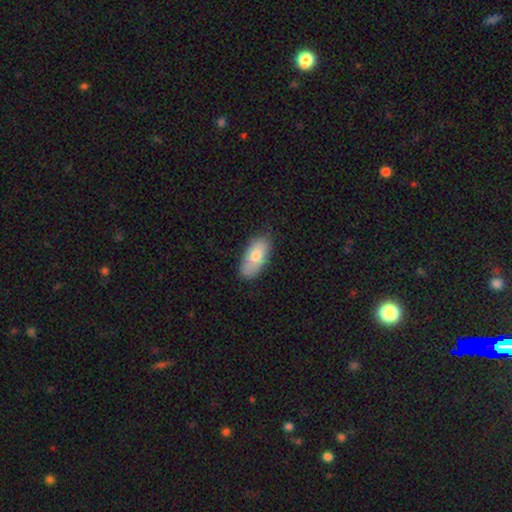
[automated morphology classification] Smooth or featured?
  - smooth: 73% *
  - featured or disk: 20%
  - star or artifact: 6%
How rounded?
  - in between: 91% *
  - cigar-shaped: 6%
  - round: 3%
Merging?
  - none: 79% *
  - minor disturbance: 17%
  - major disturbance: 3%
  - merger: 1%